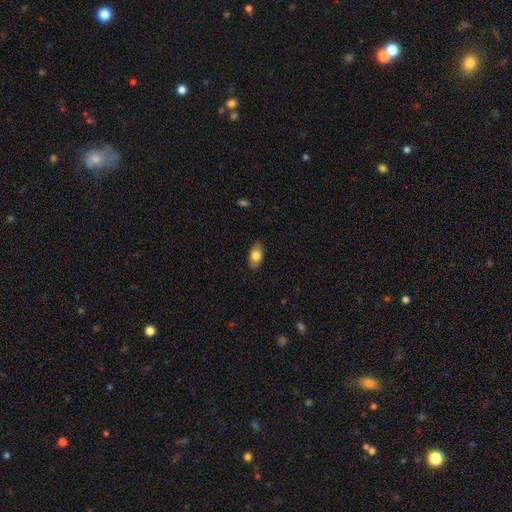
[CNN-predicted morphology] Smooth or featured? Predicted: smooth (p=0.79). How rounded? Predicted: in between (p=0.90). Merging? Predicted: none (p=0.86).